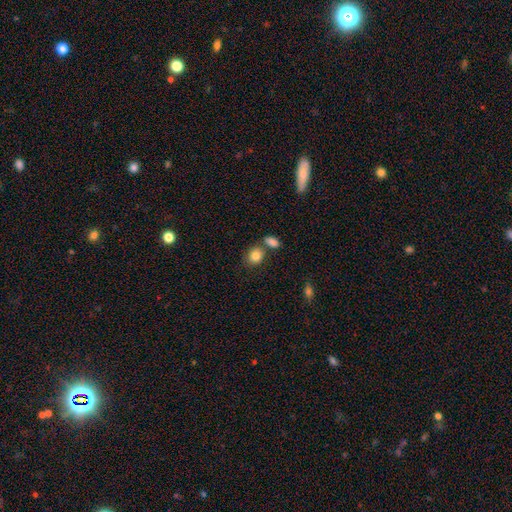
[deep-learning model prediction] smooth-or-featured: smooth: 84% | star or artifact: 9% | featured or disk: 7%
  how-rounded: round: 57% | in between: 42% | cigar-shaped: 1%
  merging: none: 61% | merger: 23% | minor disturbance: 12% | major disturbance: 4%